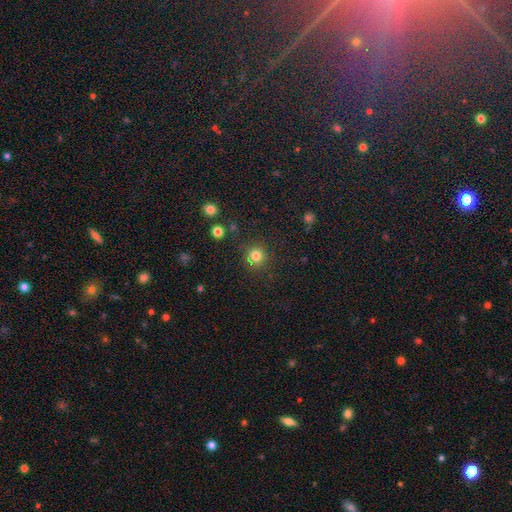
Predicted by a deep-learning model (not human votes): smooth_or_featured: smooth (p=0.80) [alt: star or artifact p=0.15]
how_rounded: round (p=0.93) [alt: in between p=0.06]
merging: none (p=0.85) [alt: minor disturbance p=0.08]